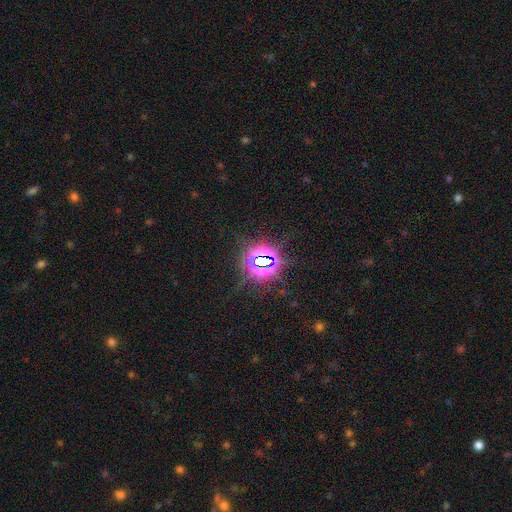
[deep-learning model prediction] This appears to be a star or artifact, not a galaxy (81%).